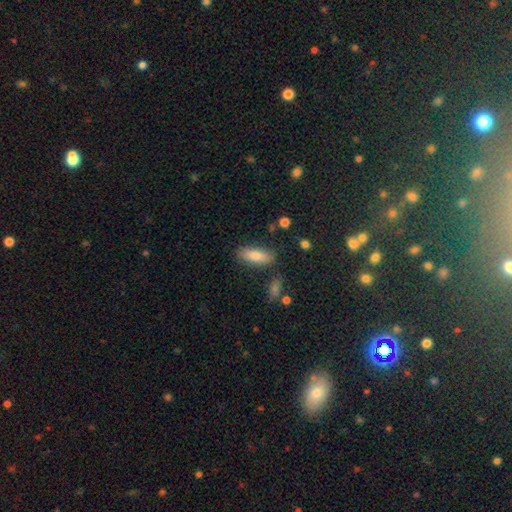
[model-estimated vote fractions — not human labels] The model was most divided on "how rounded": in between: 71%, cigar-shaped: 27%, round: 2%. More confident: merging — none (82%); smooth or featured — smooth (81%).